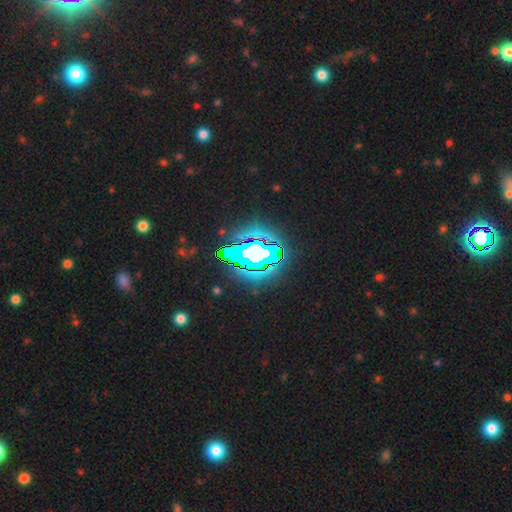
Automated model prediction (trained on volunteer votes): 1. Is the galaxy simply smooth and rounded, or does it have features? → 64% star or artifact, 19% featured or disk, 17% smooth.